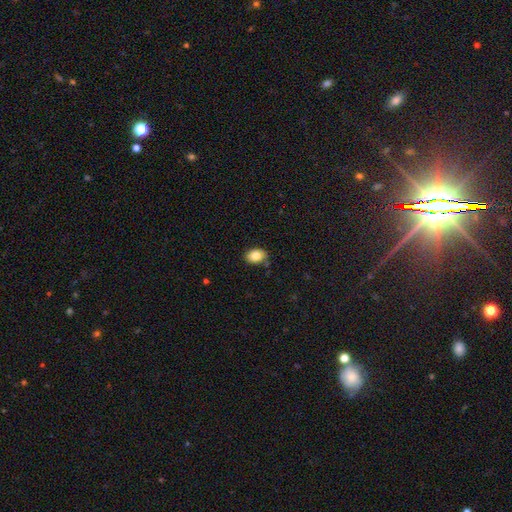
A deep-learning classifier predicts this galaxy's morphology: Smooth or featured? smooth (83%)
How rounded? in between (78%)
Merging? none (84%)